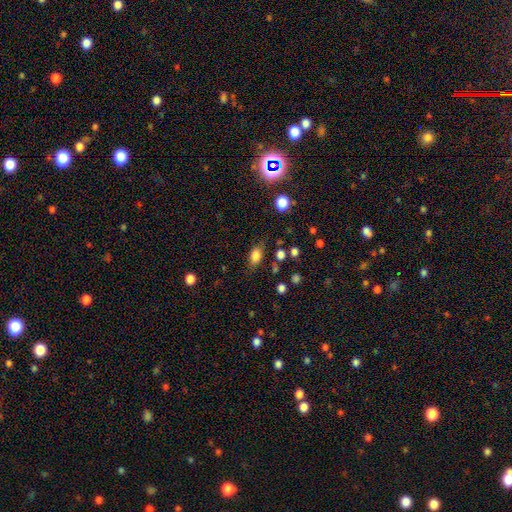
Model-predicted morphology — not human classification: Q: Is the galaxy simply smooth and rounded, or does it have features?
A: smooth — 82%.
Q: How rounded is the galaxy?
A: in between — 83%.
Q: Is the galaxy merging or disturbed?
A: none — 75%.